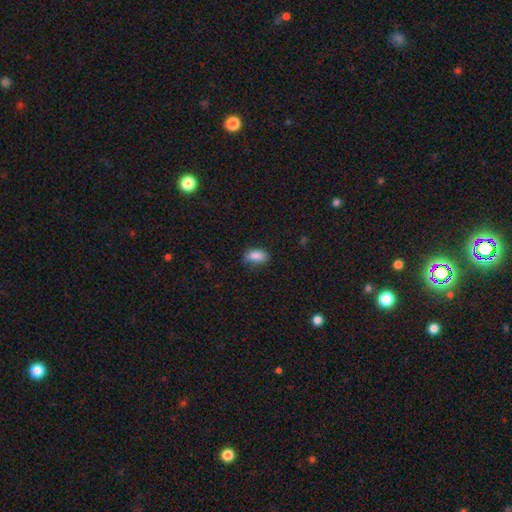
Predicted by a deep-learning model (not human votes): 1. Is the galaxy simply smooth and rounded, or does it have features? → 85% smooth, 9% star or artifact, 6% featured or disk.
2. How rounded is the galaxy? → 89% in between, 7% round, 4% cigar-shaped.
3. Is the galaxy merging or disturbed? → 72% none, 22% minor disturbance, 4% major disturbance, 1% merger.